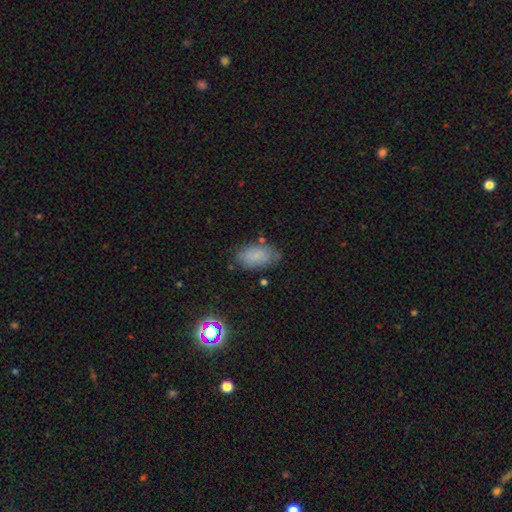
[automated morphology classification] The model was most divided on "merging": none: 73%, minor disturbance: 19%, major disturbance: 5%, merger: 3%. More confident: how rounded — in between (93%); smooth or featured — smooth (79%).